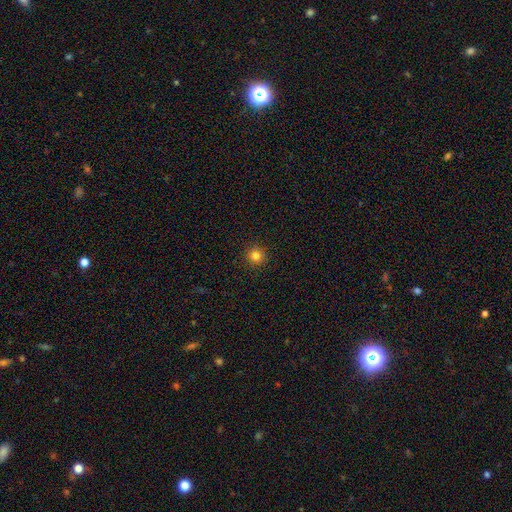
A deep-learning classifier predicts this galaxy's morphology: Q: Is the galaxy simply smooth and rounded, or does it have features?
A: smooth — 81%.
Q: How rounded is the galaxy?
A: round — 95%.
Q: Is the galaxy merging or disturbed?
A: none — 93%.